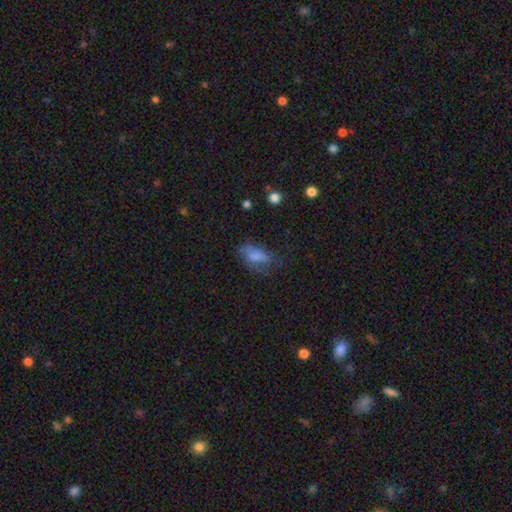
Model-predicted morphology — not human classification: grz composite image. It shows a smooth galaxy with no disk features (64%) that is in between round and cigar-shaped (85%). Merging: none (39%).